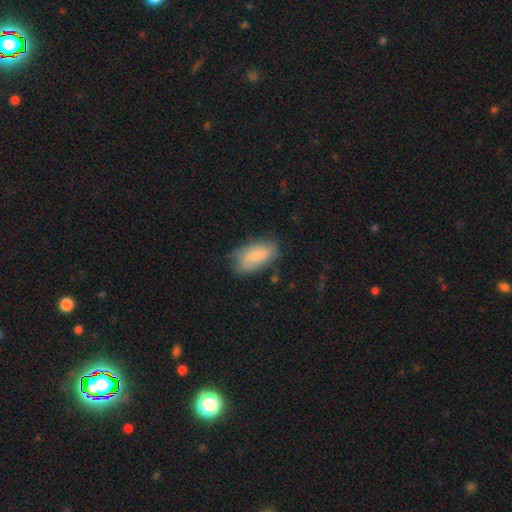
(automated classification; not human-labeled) The model was most divided on "merging": none: 64%, minor disturbance: 27%, major disturbance: 7%, merger: 2%. More confident: how rounded — in between (90%); smooth or featured — smooth (65%).